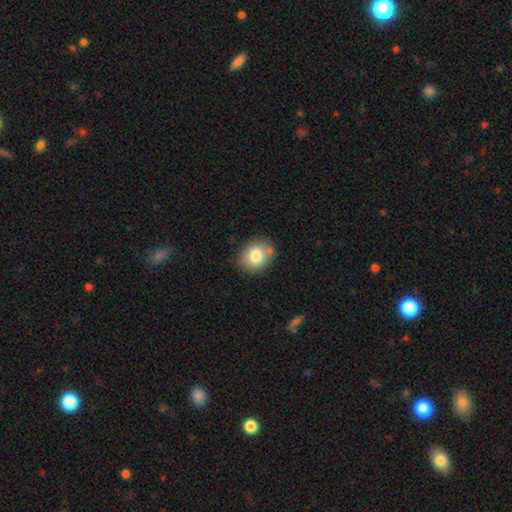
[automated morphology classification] smooth_or_featured: smooth (p=0.79) [alt: featured or disk p=0.12]
how_rounded: round (p=0.51) [alt: in between p=0.48]
merging: none (p=0.77) [alt: minor disturbance p=0.14]